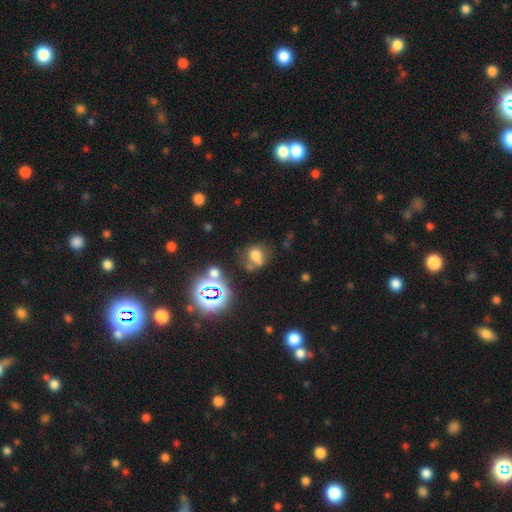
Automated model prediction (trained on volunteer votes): smooth 60%, star or artifact 26%, featured or disk 14%. Down the decision tree: how rounded — round (61%); merging — none (50%).